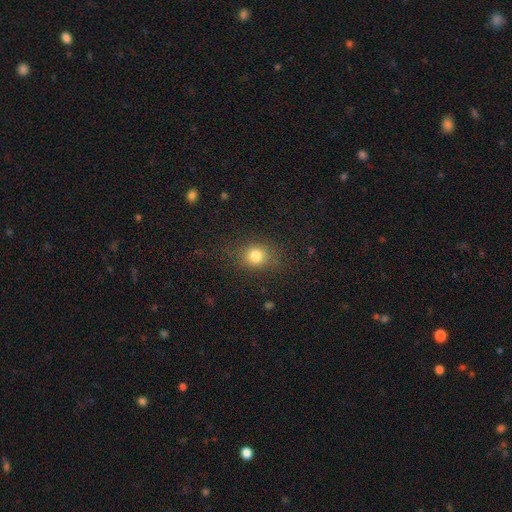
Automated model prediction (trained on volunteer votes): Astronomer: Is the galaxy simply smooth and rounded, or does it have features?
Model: smooth — 81%.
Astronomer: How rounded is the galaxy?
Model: round — 68%.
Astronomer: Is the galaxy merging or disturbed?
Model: none — 79%.